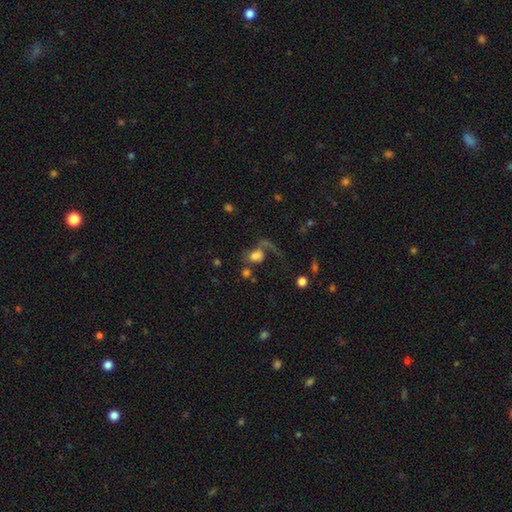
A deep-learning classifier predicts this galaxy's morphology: Q: Smooth or featured?
A: smooth (59%); runner-up: featured or disk (27%)
Q: How rounded?
A: in between (54%); runner-up: round (44%)
Q: Merging?
A: major disturbance (36%); runner-up: none (30%)